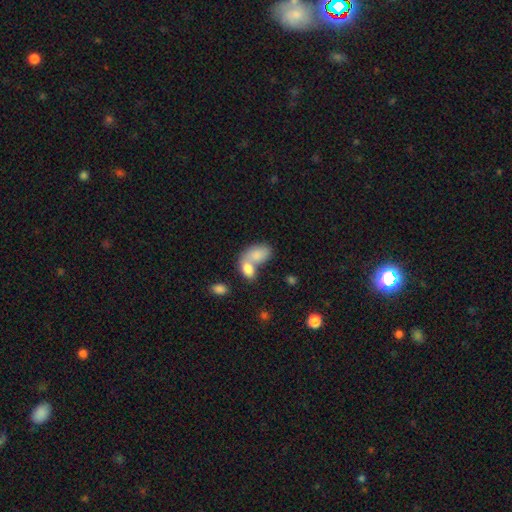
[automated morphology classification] Q: Smooth or featured?
A: smooth (81%); runner-up: featured or disk (12%)
Q: How rounded?
A: in between (90%); runner-up: round (8%)
Q: Merging?
A: merger (65%); runner-up: none (22%)